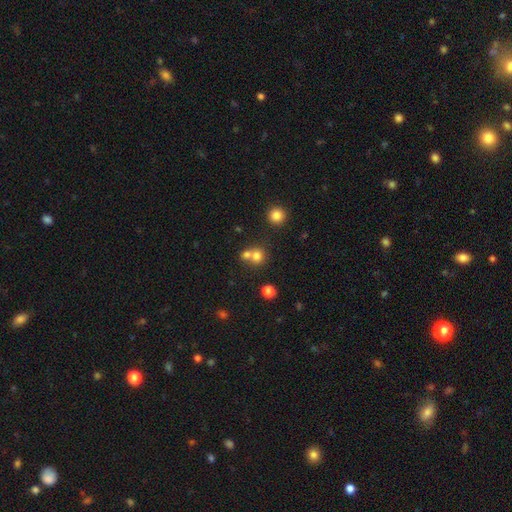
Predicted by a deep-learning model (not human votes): Overall: smooth (75%). How rounded: round (84%). Merging: merger (46%; none 45%).